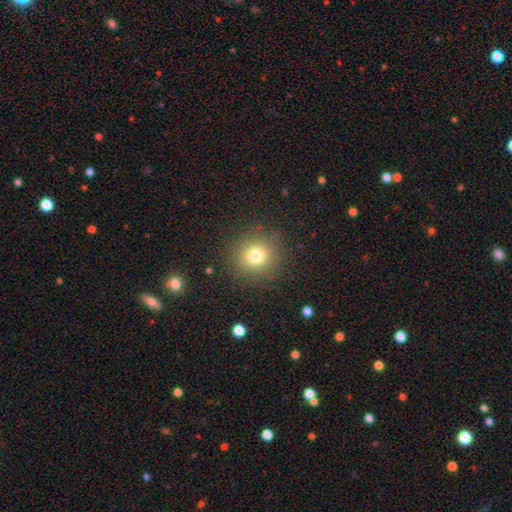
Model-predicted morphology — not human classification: Overall: smooth (75%). How rounded: round (90%). Merging: none (86%).